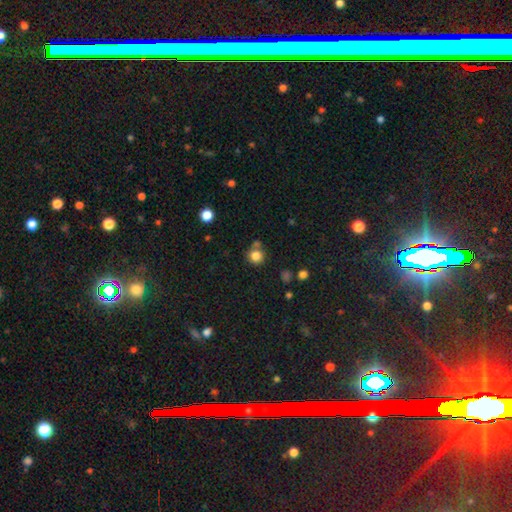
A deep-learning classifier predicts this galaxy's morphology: smooth_or_featured: smooth (p=0.82) [alt: star or artifact p=0.12]
how_rounded: round (p=0.92) [alt: in between p=0.07]
merging: none (p=0.71) [alt: merger p=0.16]